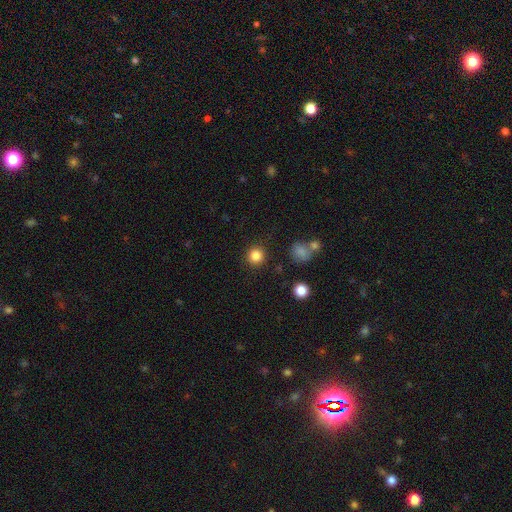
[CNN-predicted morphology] Smooth or featured? Predicted: smooth (p=0.84). How rounded? Predicted: round (p=0.94). Merging? Predicted: none (p=0.90).